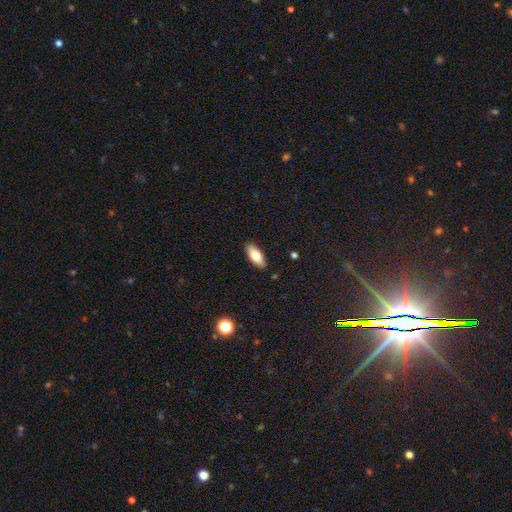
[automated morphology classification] smooth-or-featured: smooth: 75% | featured or disk: 19% | star or artifact: 6%
  how-rounded: in between: 81% | cigar-shaped: 17% | round: 2%
  merging: none: 89% | minor disturbance: 8% | major disturbance: 2% | merger: 1%